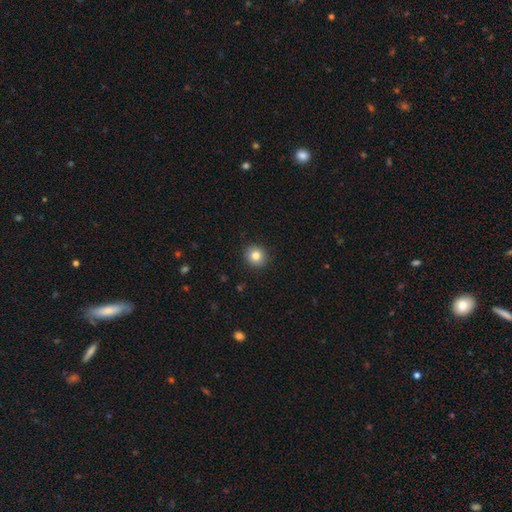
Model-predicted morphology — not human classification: A smooth galaxy with no disk features (82%) that is round (87%).

Vote fractions:
- Smooth or featured? smooth: 82% / star or artifact: 10% / featured or disk: 8%
- How rounded? round: 87% / in between: 12% / cigar-shaped: 1%
- Merging? none: 91% / minor disturbance: 6% / major disturbance: 2% / merger: 1%